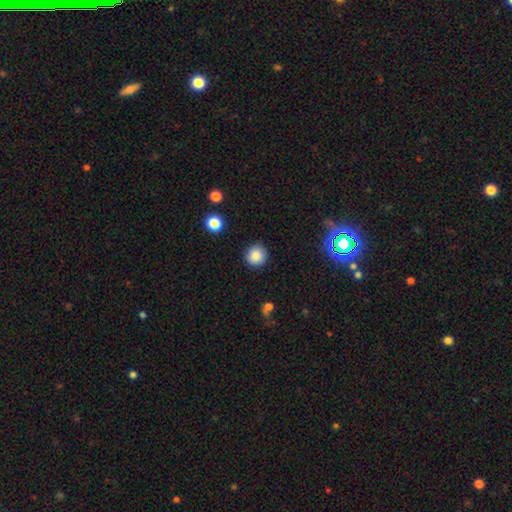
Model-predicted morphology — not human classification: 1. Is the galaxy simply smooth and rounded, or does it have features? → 86% smooth, 10% star or artifact, 4% featured or disk.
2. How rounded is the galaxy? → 94% round, 5% in between, 1% cigar-shaped.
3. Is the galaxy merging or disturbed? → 89% none, 7% minor disturbance, 2% major disturbance, 1% merger.